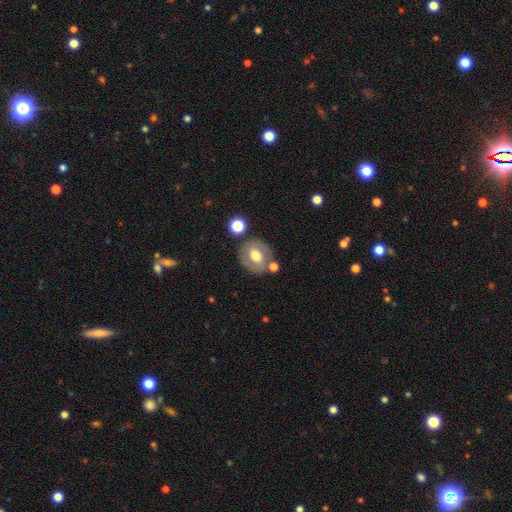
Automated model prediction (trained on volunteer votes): Smooth or featured? smooth (47%)
Merging? none (71%)